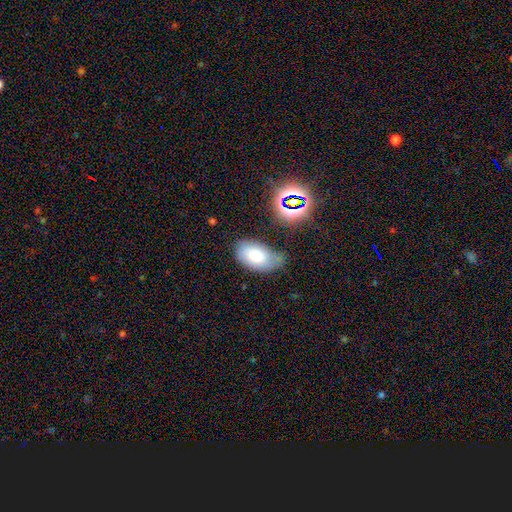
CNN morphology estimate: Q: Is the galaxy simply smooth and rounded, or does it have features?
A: smooth — 75%.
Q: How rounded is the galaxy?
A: in between — 93%.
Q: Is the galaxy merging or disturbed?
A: none — 47%.